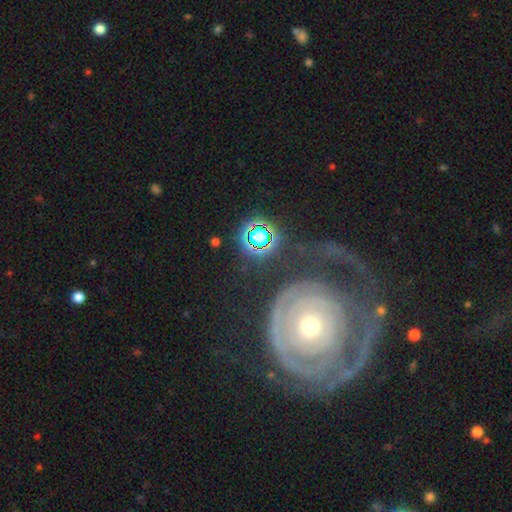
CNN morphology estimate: Smooth or featured: featured or disk — 73% (smooth — 17%)
Edge-on disk: no — 96% (yes — 4%)
Bar: no — 83% (weak — 11%)
Spiral arms: yes — 71% (no — 29%)
Spiral winding: tight — 78% (medium — 14%)
Spiral arm count: can't tell — 46% (2 — 20%)
Bulge size: small — 51% (moderate — 41%)
Merging: none — 52% (major disturbance — 25%)